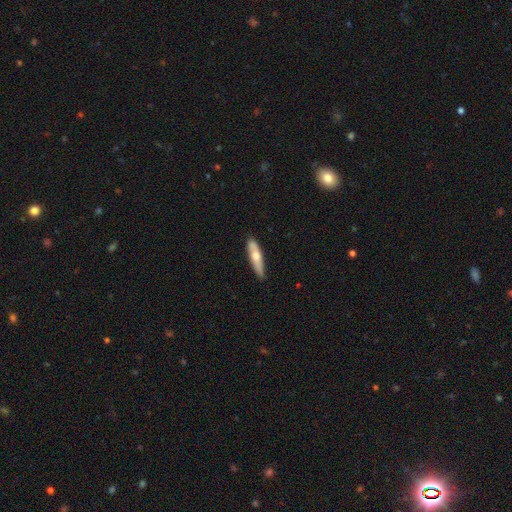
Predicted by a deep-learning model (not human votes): smooth 56%, featured or disk 39%, star or artifact 5%. Down the decision tree: how rounded — cigar-shaped (79%); merging — none (81%).